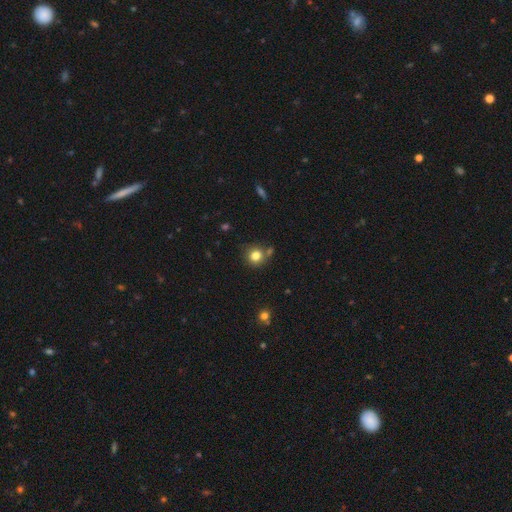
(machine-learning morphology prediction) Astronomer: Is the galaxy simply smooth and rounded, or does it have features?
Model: smooth — 81%.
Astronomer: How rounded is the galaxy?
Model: round — 89%.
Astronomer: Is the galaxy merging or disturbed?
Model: none — 73%.